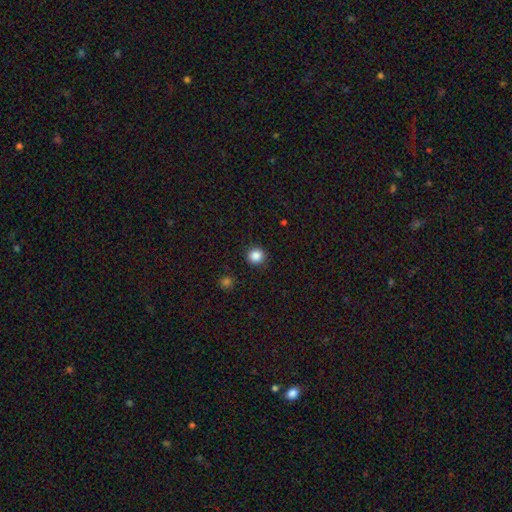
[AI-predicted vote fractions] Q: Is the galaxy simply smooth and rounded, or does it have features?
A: smooth — 86%.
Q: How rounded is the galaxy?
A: round — 94%.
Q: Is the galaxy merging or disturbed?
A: none — 92%.